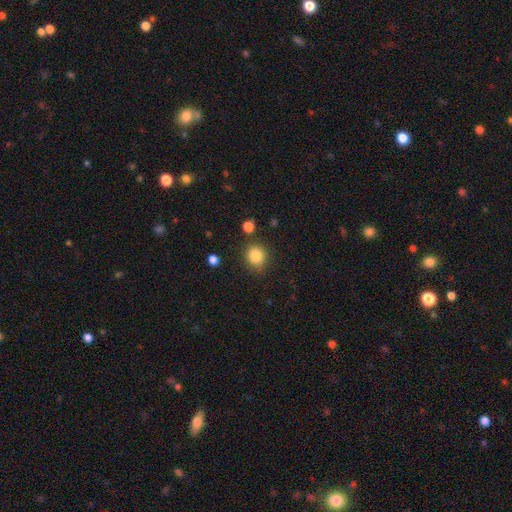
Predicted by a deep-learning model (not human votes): Overall: smooth (84%). How rounded: round (84%). Merging: none (84%).